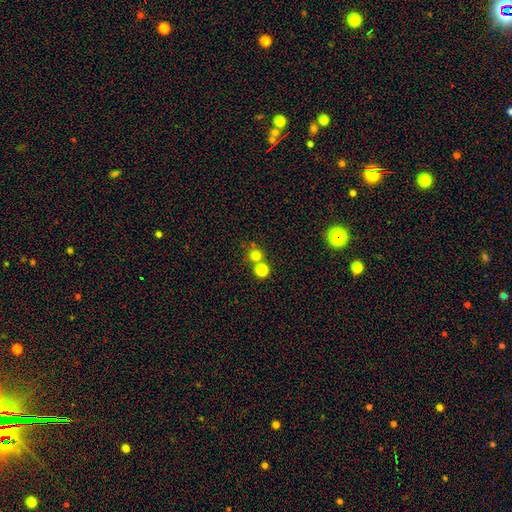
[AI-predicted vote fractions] smooth-or-featured: smooth: 76% | star or artifact: 17% | featured or disk: 7%
  how-rounded: round: 92% | in between: 7% | cigar-shaped: 1%
  merging: none: 60% | merger: 32% | minor disturbance: 6% | major disturbance: 3%